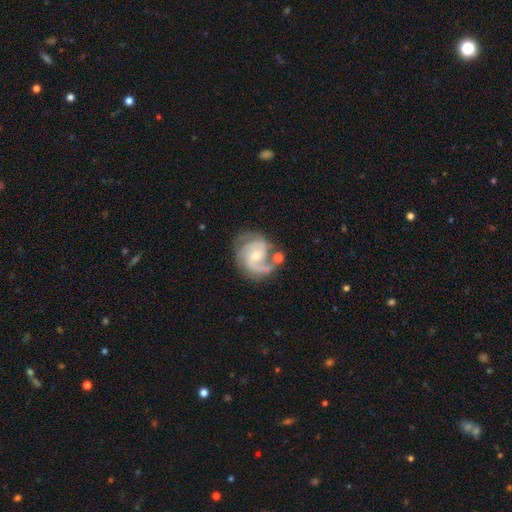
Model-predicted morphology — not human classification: This appears to be a featured or disk galaxy (88%) with no bar (57%), 2 (49%) medium (49%) spiral arms (97%) and a small central bulge (51%). Merging: none (59%).